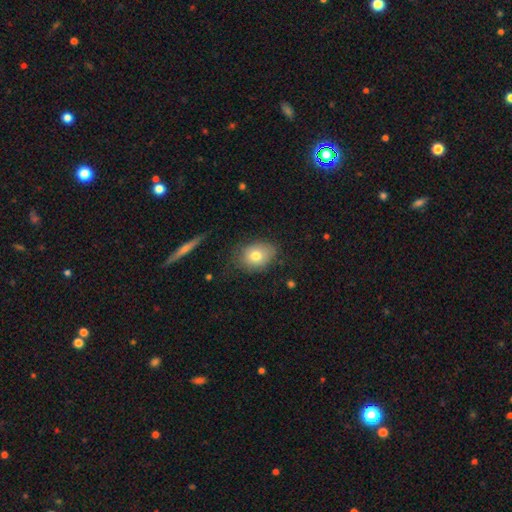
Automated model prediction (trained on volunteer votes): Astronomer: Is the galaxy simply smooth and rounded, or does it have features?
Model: smooth — 76%.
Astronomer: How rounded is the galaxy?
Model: in between — 64%.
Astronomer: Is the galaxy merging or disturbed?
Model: none — 69%.